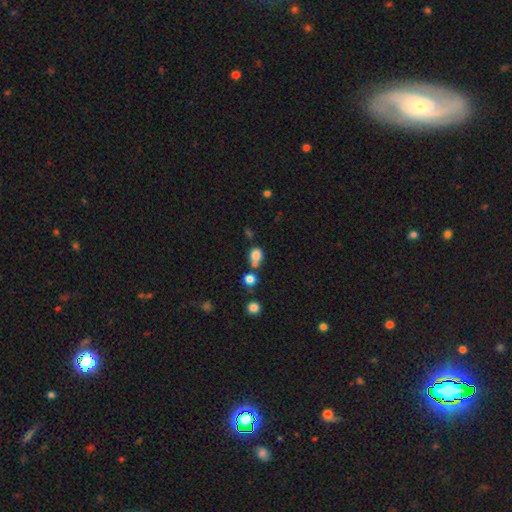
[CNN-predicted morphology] This is likely a smooth galaxy (80%). How rounded: likely round (61%). Merging: possibly none (52%).